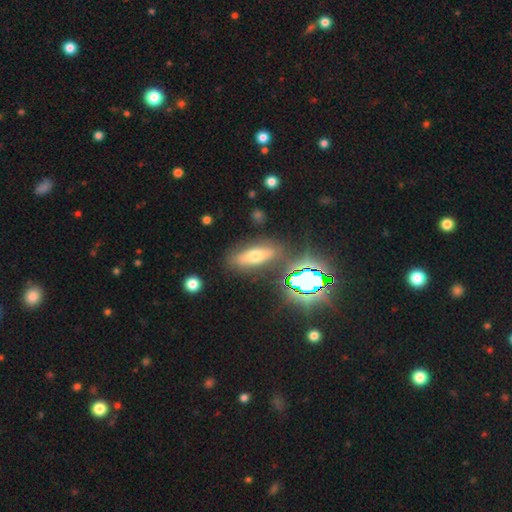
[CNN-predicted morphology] Smooth or featured?
  - smooth: 54% *
  - featured or disk: 29%
  - star or artifact: 17%
How rounded?
  - in between: 59% *
  - cigar-shaped: 35%
  - round: 7%
Merging?
  - none: 80% *
  - minor disturbance: 12%
  - merger: 4%
  - major disturbance: 4%